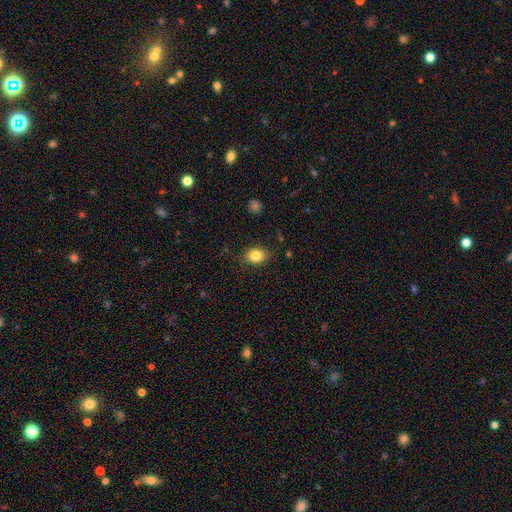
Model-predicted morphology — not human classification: The model was most divided on "how rounded": in between: 59%, round: 40%, cigar-shaped: 1%. More confident: merging — none (84%); smooth or featured — smooth (84%).